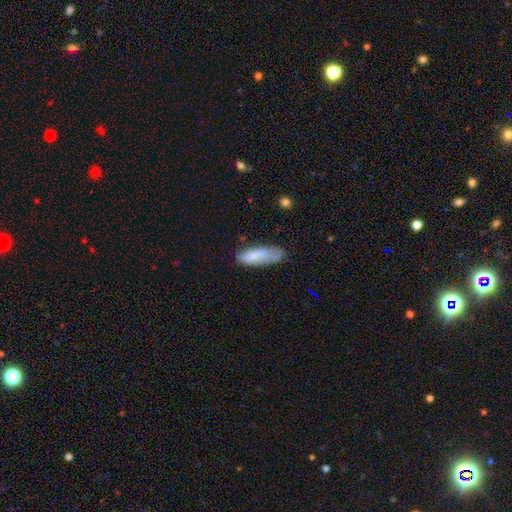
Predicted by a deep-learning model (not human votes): A smooth galaxy with no disk features (79%) that is in between round and cigar-shaped (58%). Merging: none (53%).